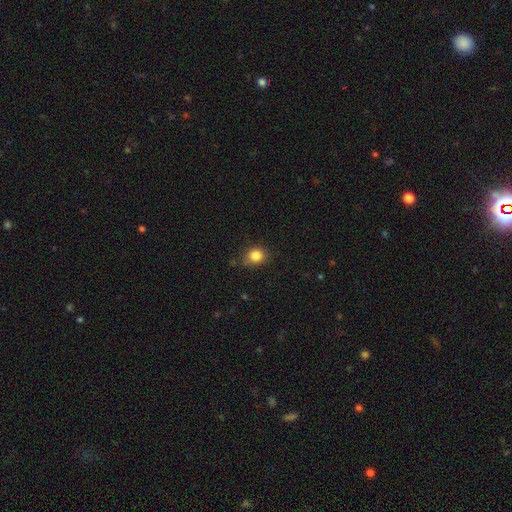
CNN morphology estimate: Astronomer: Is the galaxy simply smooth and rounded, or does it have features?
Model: smooth — 84%.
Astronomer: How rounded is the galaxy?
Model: round — 74%.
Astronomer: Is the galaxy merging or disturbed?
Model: none — 75%.